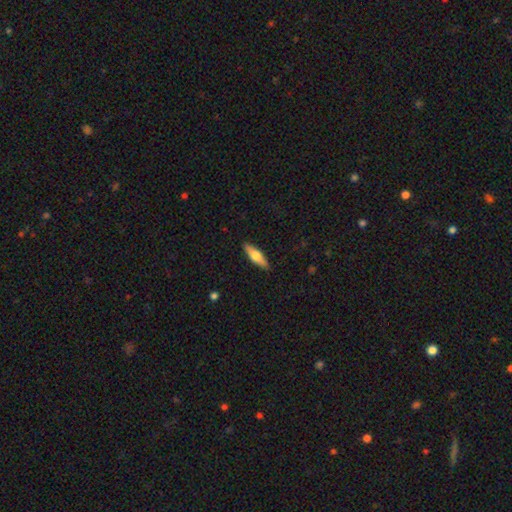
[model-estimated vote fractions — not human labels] The model was most divided on "smooth or featured": smooth: 53%, featured or disk: 41%, star or artifact: 6%. More confident: merging — none (90%); how rounded — cigar-shaped (58%).